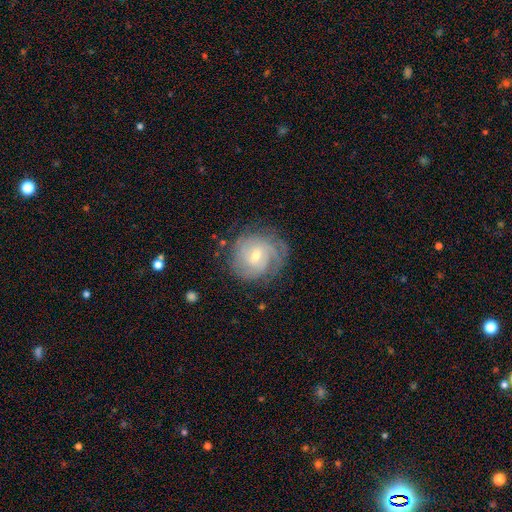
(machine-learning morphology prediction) This is likely a featured or disk galaxy (72%). It is clearly not viewed edge-on (97%). Bar: possibly weak (46%, tied with no). Spiral arm pattern: clearly yes (90%). Spiral arm count: marginally can't tell (45%). Spiral winding: likely tight (65%). Central bulge: possibly moderate (49%). Merging: likely none (70%).